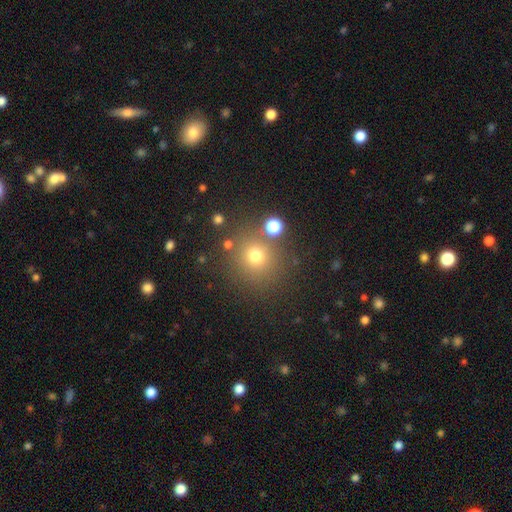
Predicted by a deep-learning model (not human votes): Smooth or featured? Predicted: smooth (p=0.70). How rounded? Predicted: round (p=0.89). Merging? Predicted: none (p=0.80).